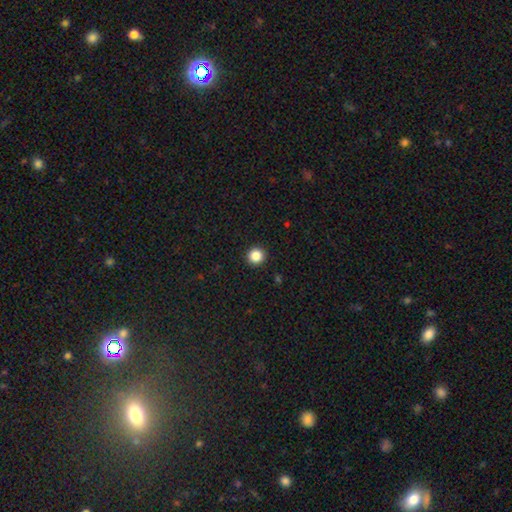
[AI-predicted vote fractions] Q: Smooth or featured?
A: smooth (85%); runner-up: star or artifact (11%)
Q: How rounded?
A: round (95%); runner-up: in between (4%)
Q: Merging?
A: none (93%); runner-up: minor disturbance (4%)